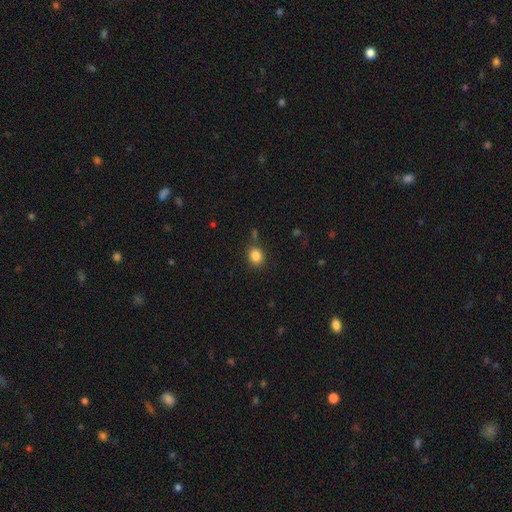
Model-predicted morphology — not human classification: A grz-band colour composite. It shows a smooth galaxy with no disk features (86%) that is round (67%). Merging: none (81%).